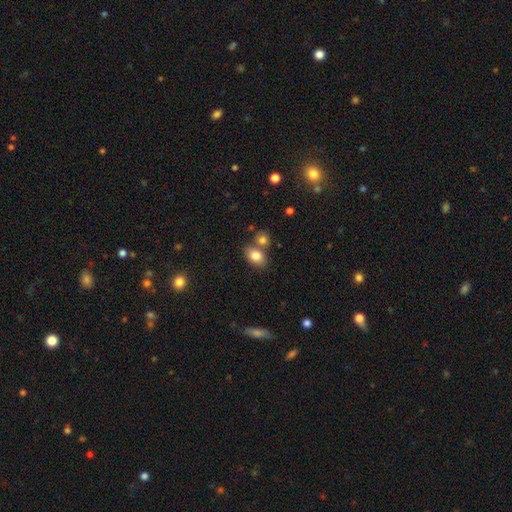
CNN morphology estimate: smooth-or-featured: smooth: 81% | featured or disk: 10% | star or artifact: 9%
  how-rounded: in between: 73% | round: 26% | cigar-shaped: 1%
  merging: none: 57% | merger: 28% | minor disturbance: 12% | major disturbance: 3%